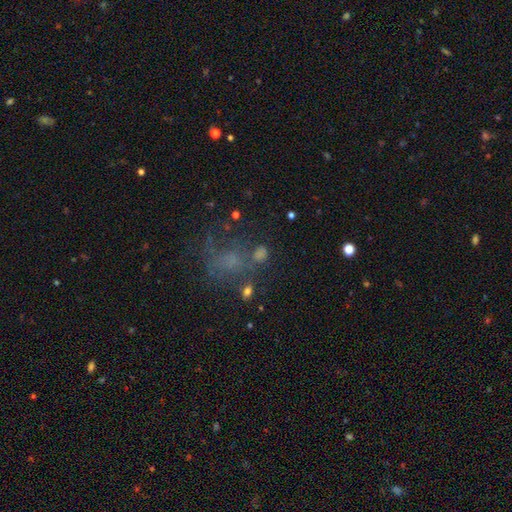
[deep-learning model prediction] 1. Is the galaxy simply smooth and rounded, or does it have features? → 37% smooth, 32% featured or disk, 31% star or artifact.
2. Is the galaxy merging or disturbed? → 40% none, 30% major disturbance, 17% minor disturbance, 13% merger.